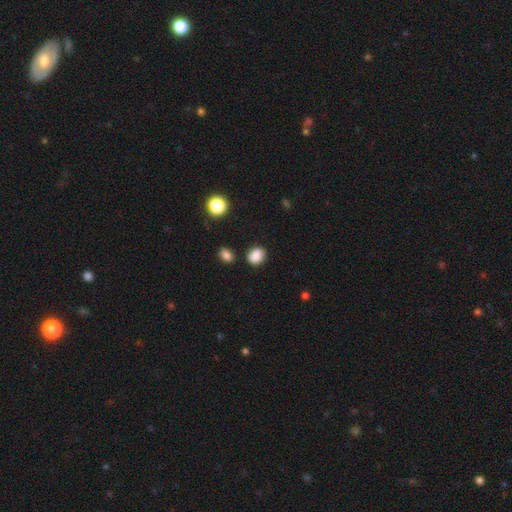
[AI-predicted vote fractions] Smooth or featured? smooth (87%)
How rounded? in between (50%)
Merging? none (79%)